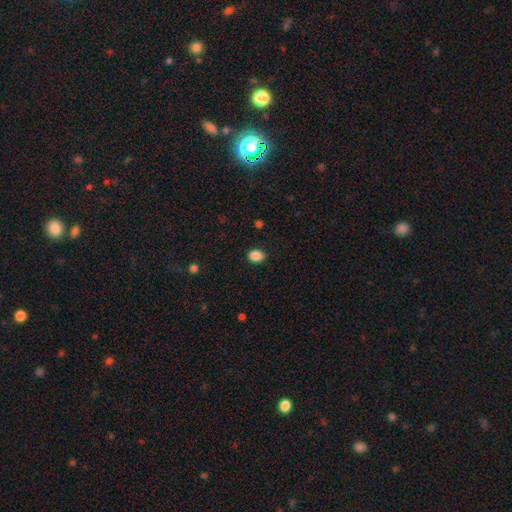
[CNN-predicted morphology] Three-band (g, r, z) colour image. It shows a smooth galaxy with no disk features (88%) that is in between round and cigar-shaped (61%). Merging: none (89%).